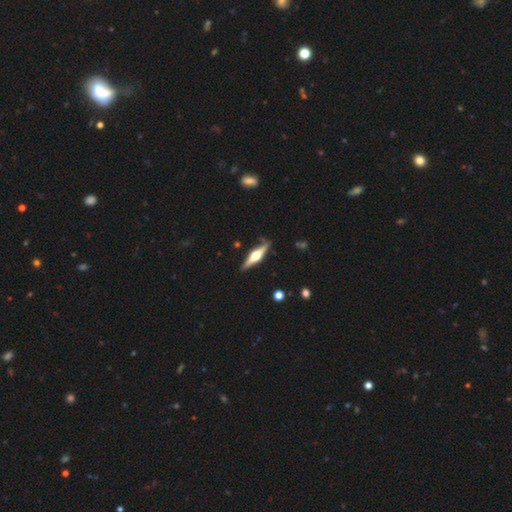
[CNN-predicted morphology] This appears to be a featured or disk galaxy (76%) viewed edge-on (96%) with a rounded central bulge (93%). Merging: none (84%).